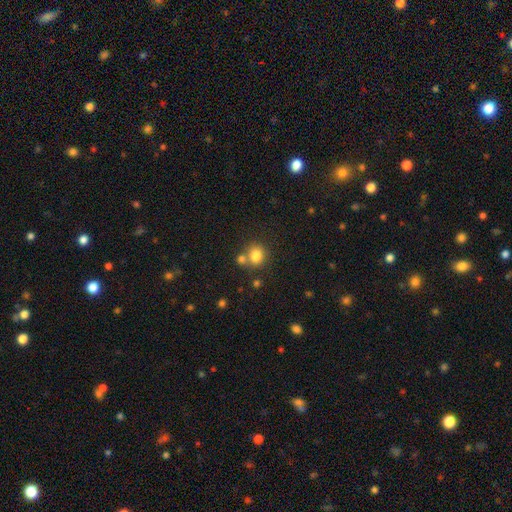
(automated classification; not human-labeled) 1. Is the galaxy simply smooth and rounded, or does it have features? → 81% smooth, 12% star or artifact, 8% featured or disk.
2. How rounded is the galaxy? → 80% round, 19% in between, 1% cigar-shaped.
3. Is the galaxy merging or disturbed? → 61% none, 26% merger, 10% minor disturbance, 3% major disturbance.